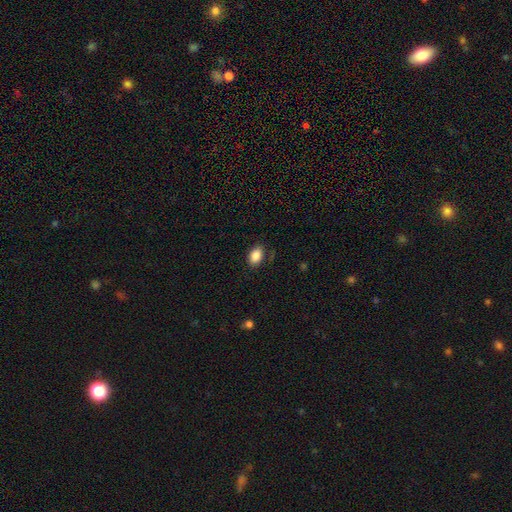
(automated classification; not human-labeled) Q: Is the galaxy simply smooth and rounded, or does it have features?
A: smooth — 86%.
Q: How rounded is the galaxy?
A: in between — 86%.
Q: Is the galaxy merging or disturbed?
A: none — 83%.